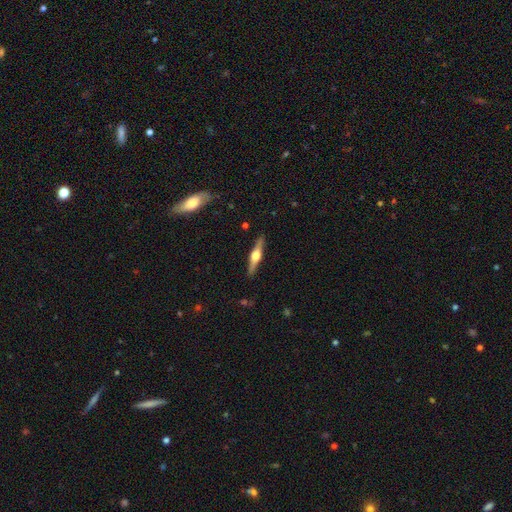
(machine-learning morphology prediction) A featured or disk galaxy (74%) viewed edge-on (98%) with a rounded central bulge (94%).

Vote fractions:
- Smooth or featured? featured or disk: 74% / smooth: 21% / star or artifact: 5%
- Edge-on disk? yes: 98% / no: 2%
- Edge-on bulge? rounded: 94% / boxy: 4% / none: 2%
- Merging? none: 90% / minor disturbance: 7% / major disturbance: 2% / merger: 1%